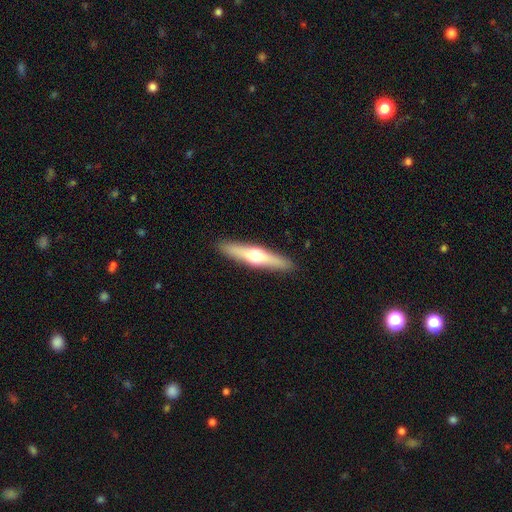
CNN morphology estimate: smooth-or-featured: featured or disk: 52% | smooth: 42% | star or artifact: 6%
  disk-edge-on: yes: 92% | no: 8%
  merging: none: 90% | minor disturbance: 7% | major disturbance: 2% | merger: 1%